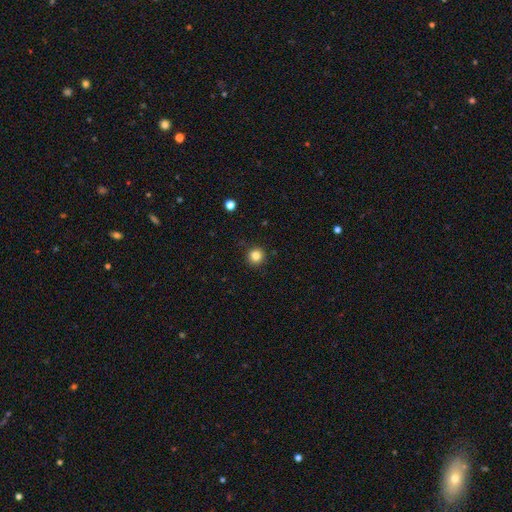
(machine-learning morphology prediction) Smooth or featured: smooth — 84% (star or artifact — 12%)
How rounded: round — 95% (in between — 4%)
Merging: none — 90% (minor disturbance — 7%)